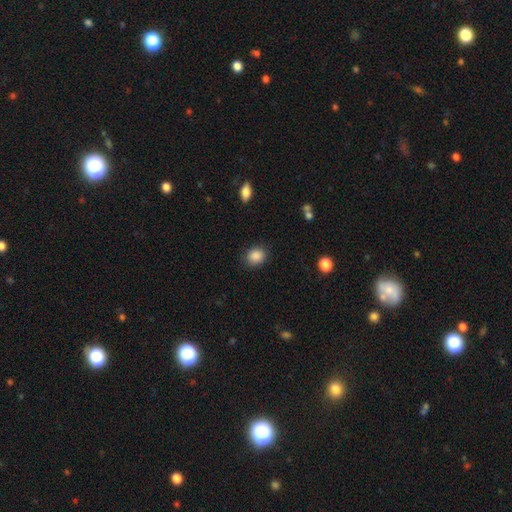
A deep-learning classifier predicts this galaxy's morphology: Smooth or featured? smooth (88%)
How rounded? round (62%)
Merging? none (85%)